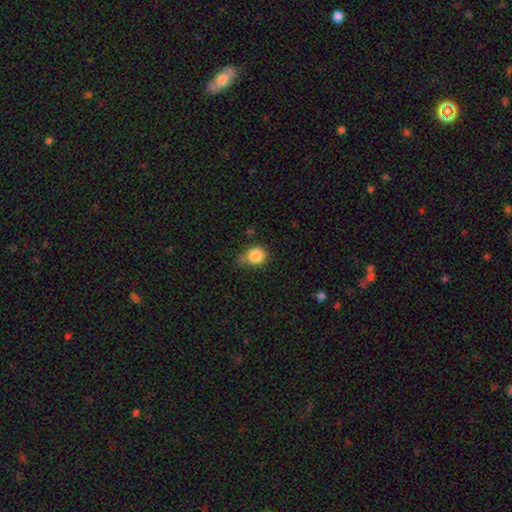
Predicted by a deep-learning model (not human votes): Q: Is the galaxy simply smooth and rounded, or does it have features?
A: smooth — 85%.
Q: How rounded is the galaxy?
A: round — 77%.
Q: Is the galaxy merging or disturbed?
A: none — 53%.